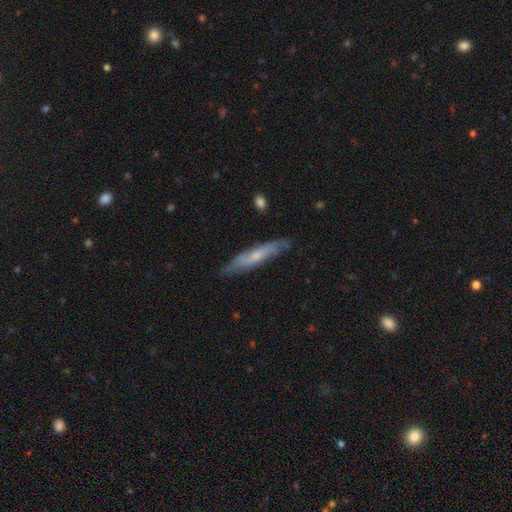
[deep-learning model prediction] featured or disk 52%, smooth 42%, star or artifact 6%. Down the decision tree: edge-on disk — yes (59%); merging — none (75%).